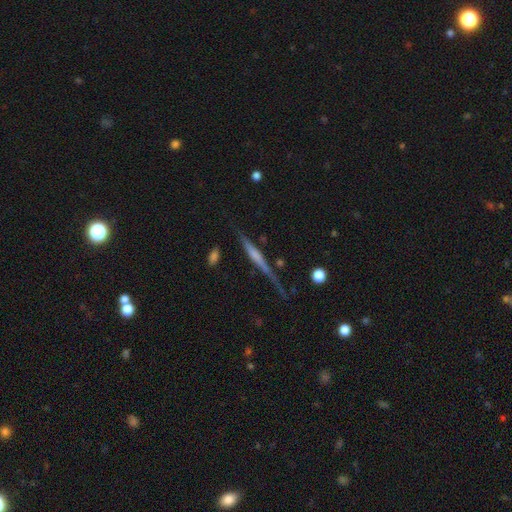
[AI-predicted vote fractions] This is likely a featured or disk galaxy (62%). It is clearly viewed edge-on (97%). Edge-on bulge: marginally none (44%). Merging: likely none (72%).